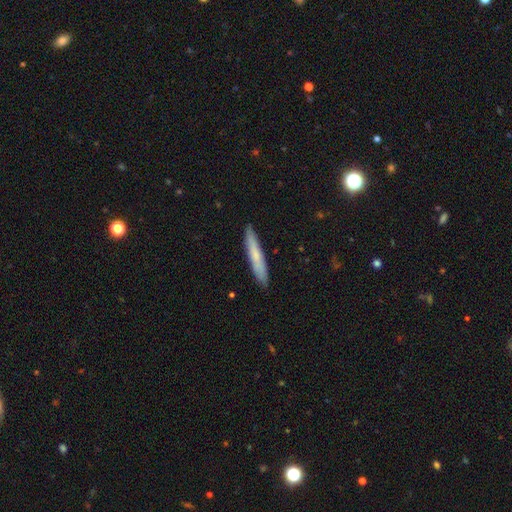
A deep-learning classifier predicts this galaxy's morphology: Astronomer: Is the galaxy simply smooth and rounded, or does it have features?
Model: smooth — 67%.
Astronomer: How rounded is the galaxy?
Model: cigar-shaped — 94%.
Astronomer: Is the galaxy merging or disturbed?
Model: none — 90%.